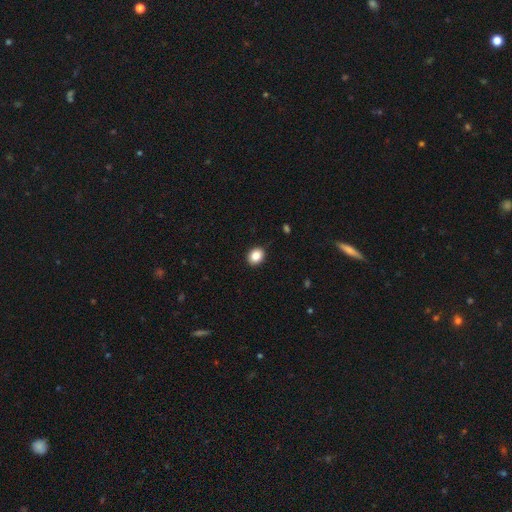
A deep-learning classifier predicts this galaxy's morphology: This appears to be a smooth galaxy with no disk features (87%) that is round (57%). Merging: none (90%).